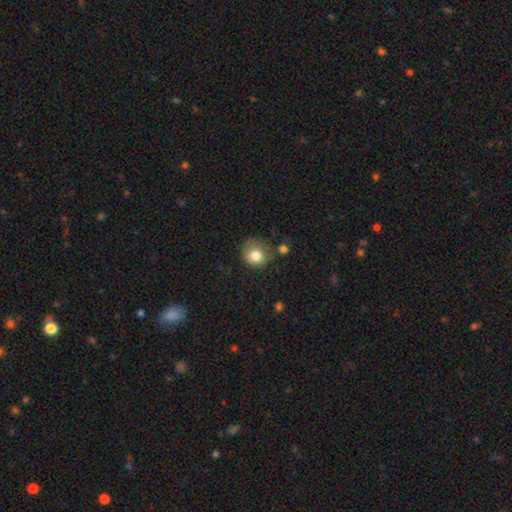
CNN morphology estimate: This appears to be a smooth galaxy with no disk features (81%) that is round (86%). Merging: none (63%).